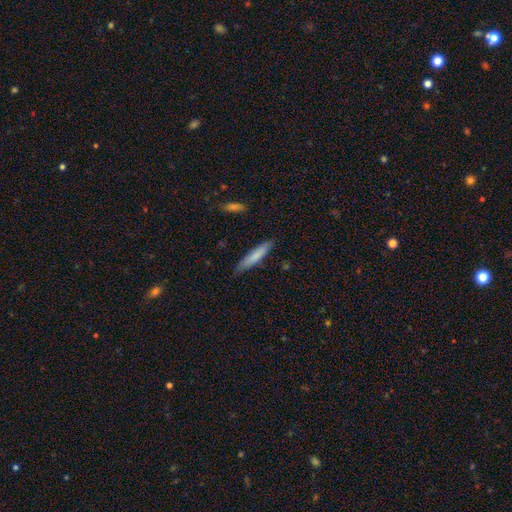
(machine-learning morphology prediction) smooth-or-featured: smooth: 77% | featured or disk: 17% | star or artifact: 6%
  how-rounded: cigar-shaped: 89% | in between: 10% | round: 1%
  merging: none: 84% | minor disturbance: 12% | major disturbance: 2% | merger: 1%